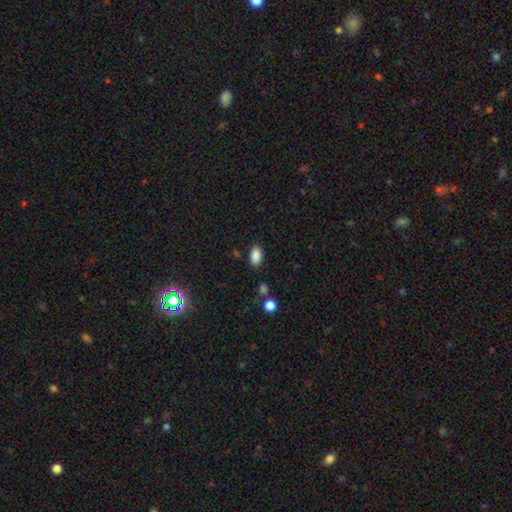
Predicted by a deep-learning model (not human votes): This is clearly a smooth galaxy (87%). How rounded: clearly in between (91%). Merging: clearly none (85%).